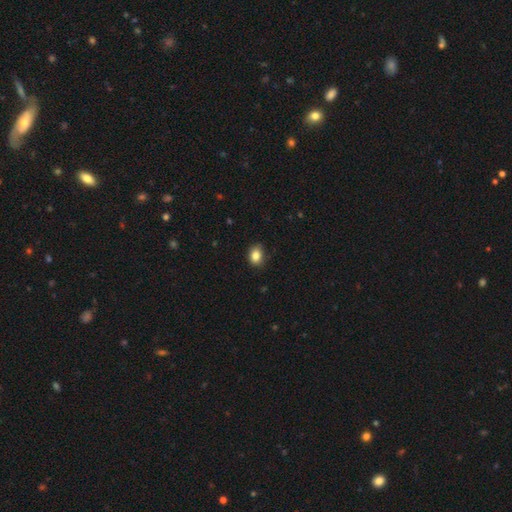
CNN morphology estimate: type=smooth (85%); roundness=in between (58%); merging=none (82%).